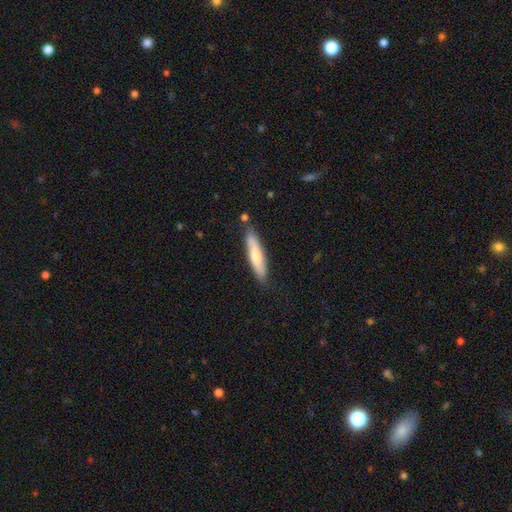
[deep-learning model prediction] smooth 68%, featured or disk 26%, star or artifact 5%. Down the decision tree: how rounded — cigar-shaped (81%); merging — none (80%).